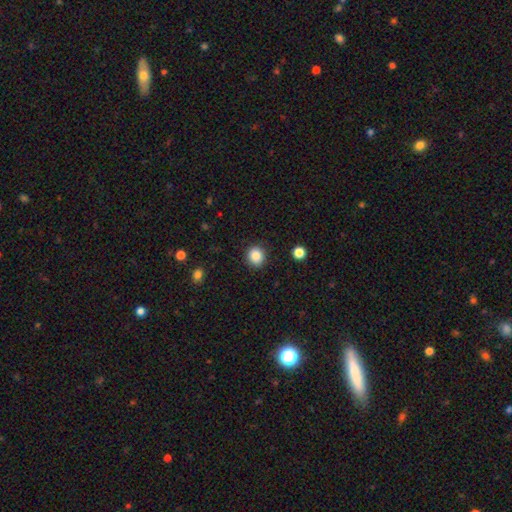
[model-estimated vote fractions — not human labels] Morphology: type=smooth (85%); roundness=round (87%); merging=none (91%).